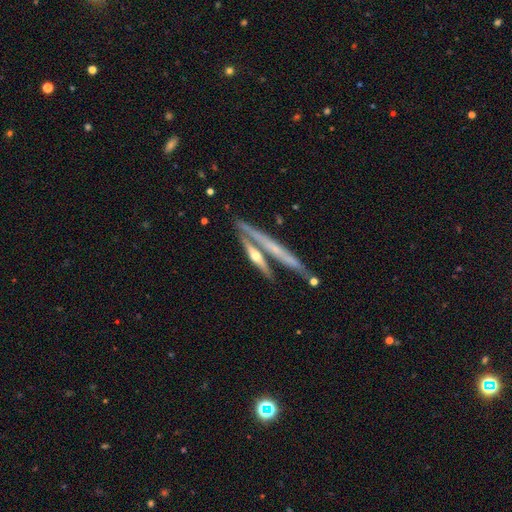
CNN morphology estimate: featured or disk 63%, smooth 31%, star or artifact 6%. Down the decision tree: edge-on disk — yes (91%); edge-on bulge — rounded (71%); merging — none (63%).